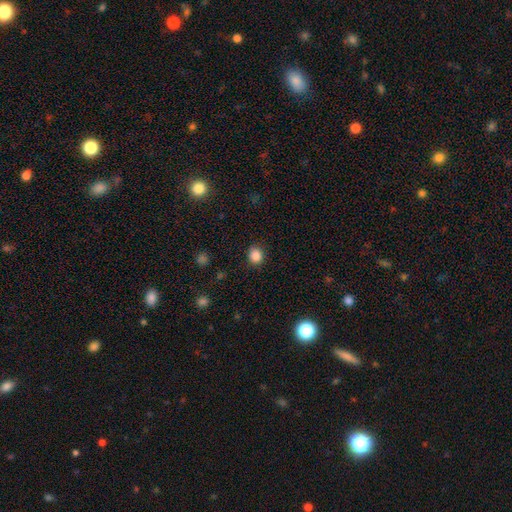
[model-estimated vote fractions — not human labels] Smooth or featured: smooth — 86% (star or artifact — 11%)
How rounded: round — 76% (in between — 23%)
Merging: none — 88% (minor disturbance — 9%)